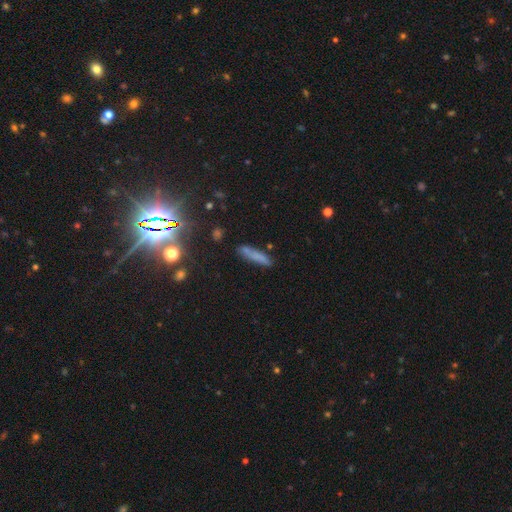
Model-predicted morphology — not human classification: smooth-or-featured: smooth: 68% | featured or disk: 17% | star or artifact: 14%
  how-rounded: cigar-shaped: 85% | in between: 13% | round: 3%
  merging: none: 78% | minor disturbance: 15% | major disturbance: 4% | merger: 3%